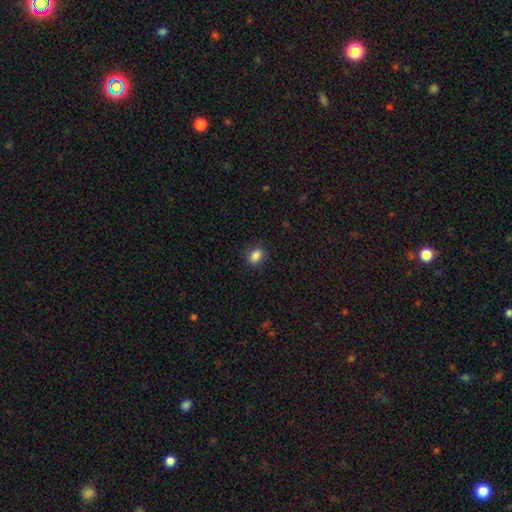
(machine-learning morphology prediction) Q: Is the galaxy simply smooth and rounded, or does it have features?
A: smooth — 86%.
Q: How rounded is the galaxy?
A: in between — 67%.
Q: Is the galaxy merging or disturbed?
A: none — 84%.